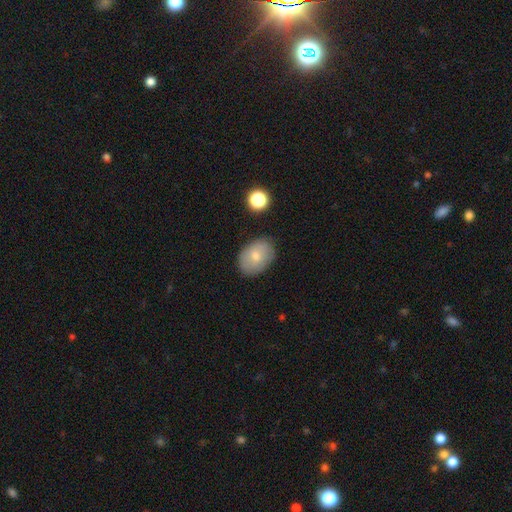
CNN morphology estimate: This is likely a smooth galaxy (73%). How rounded: likely in between (77%). Merging: clearly none (80%).